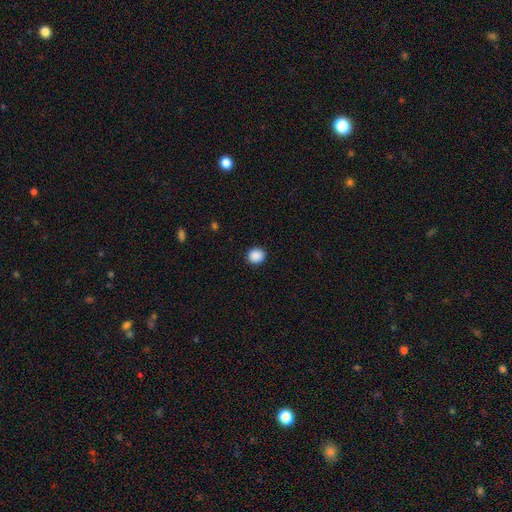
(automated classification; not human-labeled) The model was most divided on "how rounded": round: 88%, in between: 11%, cigar-shaped: 1%. More confident: merging — none (92%); smooth or featured — smooth (89%).